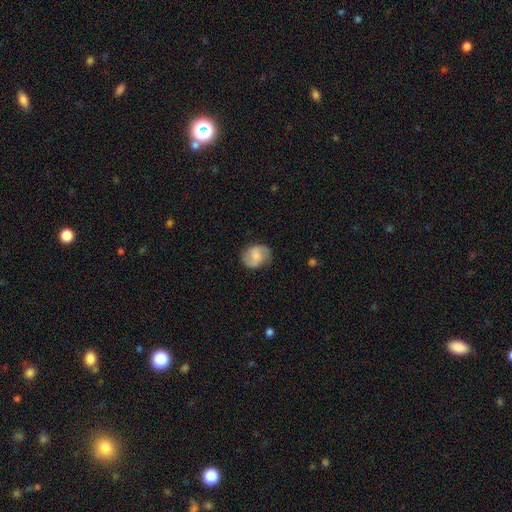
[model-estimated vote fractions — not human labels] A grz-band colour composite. It shows a featured or disk galaxy (48%). Merging: none (77%).